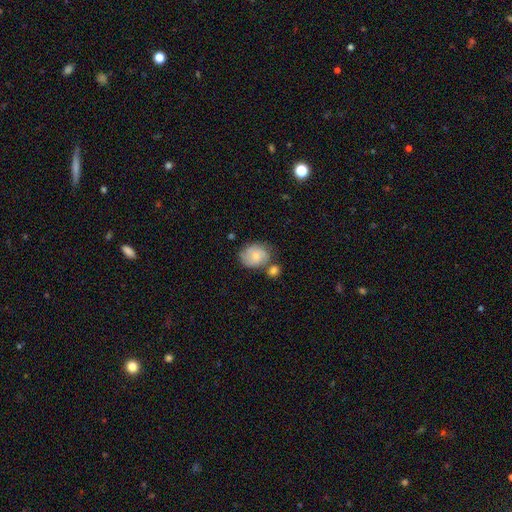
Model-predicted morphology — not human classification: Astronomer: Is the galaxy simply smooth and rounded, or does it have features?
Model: smooth — 65%.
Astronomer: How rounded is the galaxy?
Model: round — 55% (runner-up: in between, 44%).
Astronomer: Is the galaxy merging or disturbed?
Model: none — 50%.